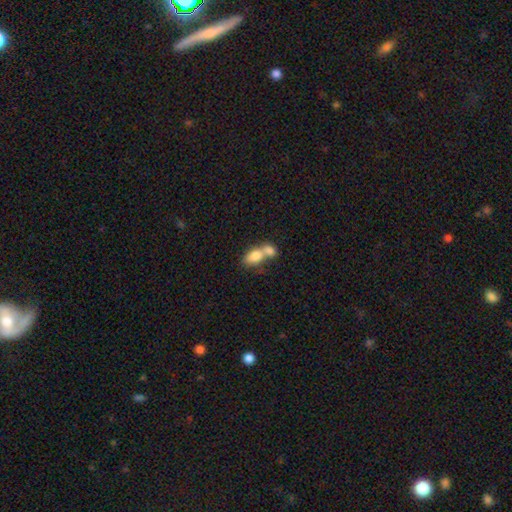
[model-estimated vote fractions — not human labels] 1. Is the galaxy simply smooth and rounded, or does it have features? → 77% smooth, 15% featured or disk, 7% star or artifact.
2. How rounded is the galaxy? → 84% in between, 12% round, 4% cigar-shaped.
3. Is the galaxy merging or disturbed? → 69% merger, 20% none, 7% minor disturbance, 4% major disturbance.